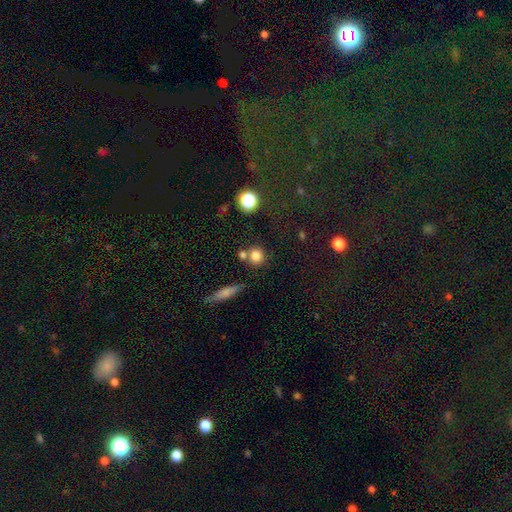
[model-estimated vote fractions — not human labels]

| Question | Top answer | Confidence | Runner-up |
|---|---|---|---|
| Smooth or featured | smooth | 79% | star or artifact (12%) |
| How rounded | round | 84% | in between (13%) |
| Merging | none | 66% | merger (20%) |